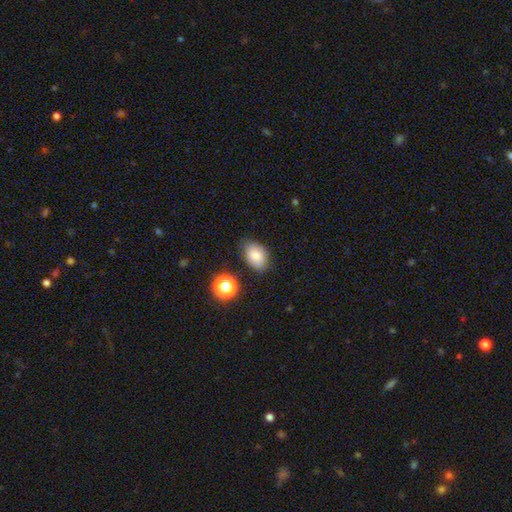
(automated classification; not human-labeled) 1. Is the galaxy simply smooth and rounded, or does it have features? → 82% smooth, 10% star or artifact, 8% featured or disk.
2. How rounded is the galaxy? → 78% in between, 20% round, 1% cigar-shaped.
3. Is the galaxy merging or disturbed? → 77% none, 17% minor disturbance, 3% major disturbance, 3% merger.